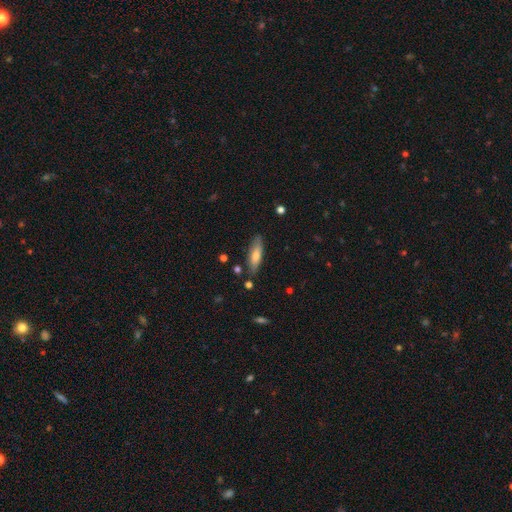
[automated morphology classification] Smooth or featured? Predicted: smooth (p=0.66). How rounded? Predicted: cigar-shaped (p=0.57). Merging? Predicted: none (p=0.81).